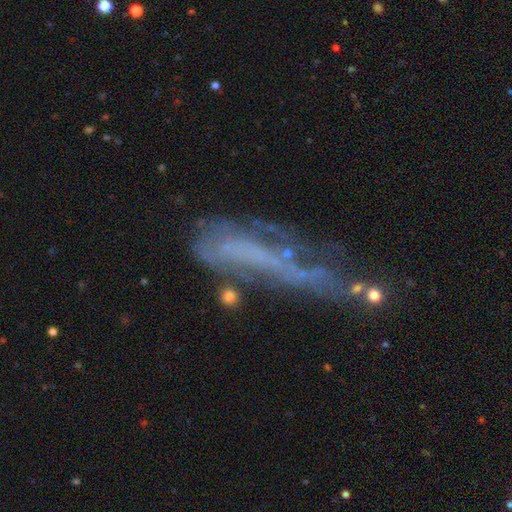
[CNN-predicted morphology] This is possibly a featured or disk galaxy (53%). It is likely not viewed edge-on (69%). Merging: marginally major disturbance (37%).